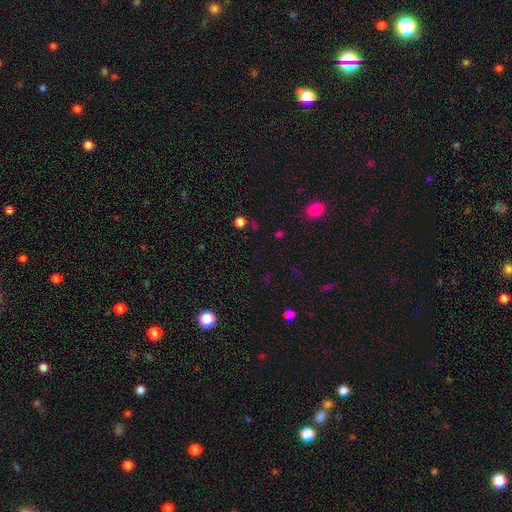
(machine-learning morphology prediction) star or artifact 53%, smooth 41%, featured or disk 7%.